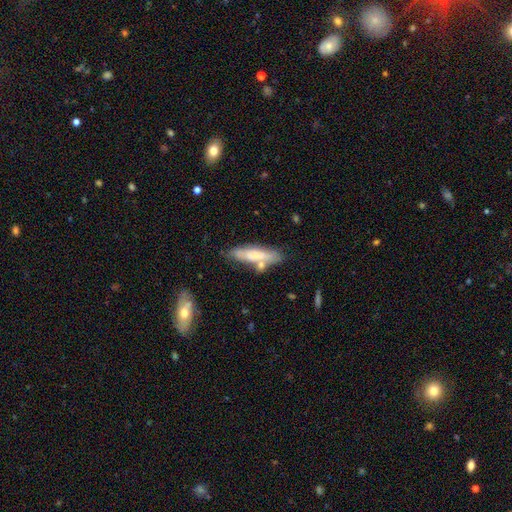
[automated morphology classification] smooth 63%, featured or disk 30%, star or artifact 7%. Down the decision tree: how rounded — cigar-shaped (70%); merging — none (65%).